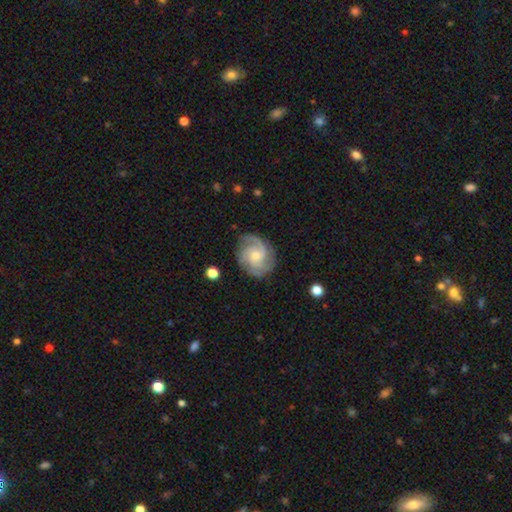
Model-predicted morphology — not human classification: Smooth or featured? featured or disk (86%)
Edge-on disk? no (98%)
Bar? no (67%)
Spiral arms? yes (98%)
Spiral winding? tight (54%)
Spiral arm count? 3 (47%)
Bulge size? small (51%)
Merging? none (80%)